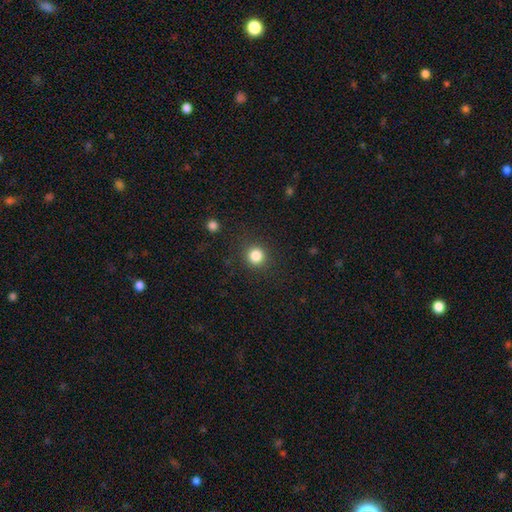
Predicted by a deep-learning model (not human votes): This is clearly a smooth galaxy (84%). How rounded: clearly round (92%). Merging: clearly none (89%).